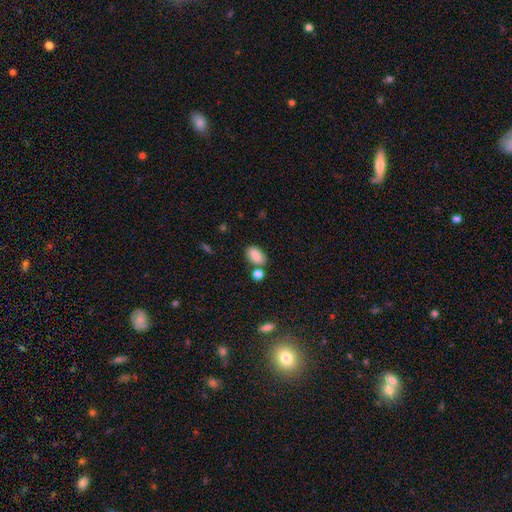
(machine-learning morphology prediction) type=smooth (85%); roundness=in between (91%); merging=none (67%).